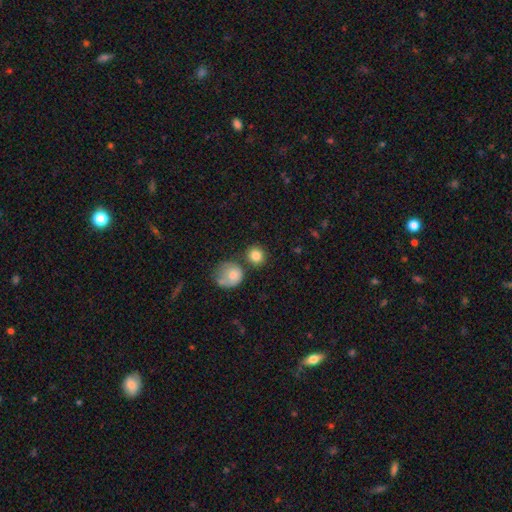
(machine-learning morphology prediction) Smooth or featured? Predicted: smooth (p=0.83). How rounded? Predicted: round (p=0.87). Merging? Predicted: none (p=0.70).